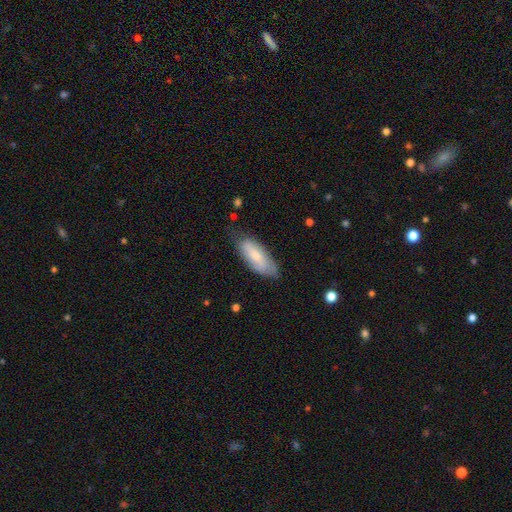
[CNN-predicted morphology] The model was most divided on "merging": none: 65%, minor disturbance: 28%, major disturbance: 6%, merger: 2%. More confident: how rounded — in between (76%); smooth or featured — smooth (67%).